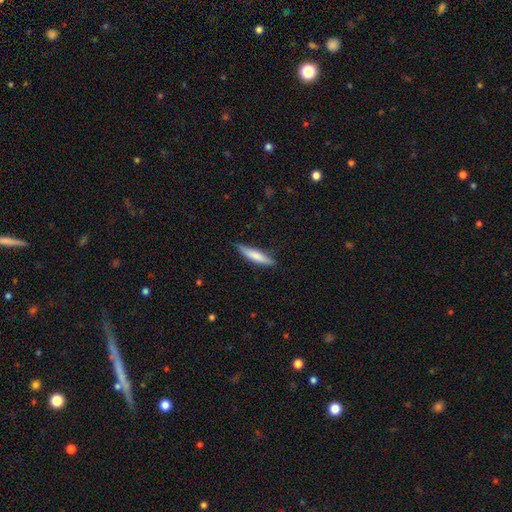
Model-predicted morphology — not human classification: A smooth galaxy with no disk features (75%) that is cigar-shaped (82%).

Vote fractions:
- Smooth or featured? smooth: 75% / featured or disk: 20% / star or artifact: 5%
- How rounded? cigar-shaped: 82% / in between: 17% / round: 1%
- Merging? none: 78% / minor disturbance: 18% / major disturbance: 3% / merger: 1%